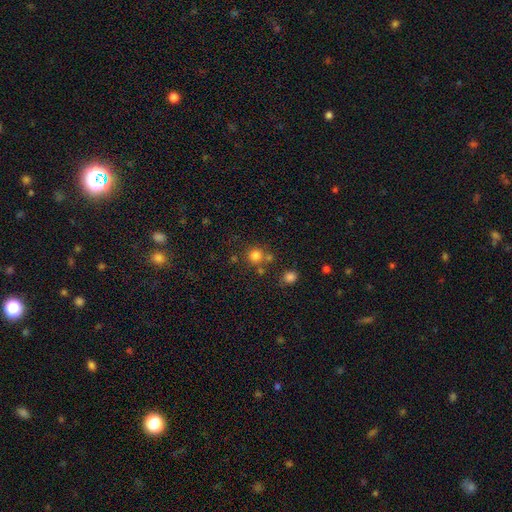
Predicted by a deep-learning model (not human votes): Smooth or featured: smooth — 78% (star or artifact — 15%)
How rounded: round — 91% (in between — 8%)
Merging: none — 69% (merger — 19%)